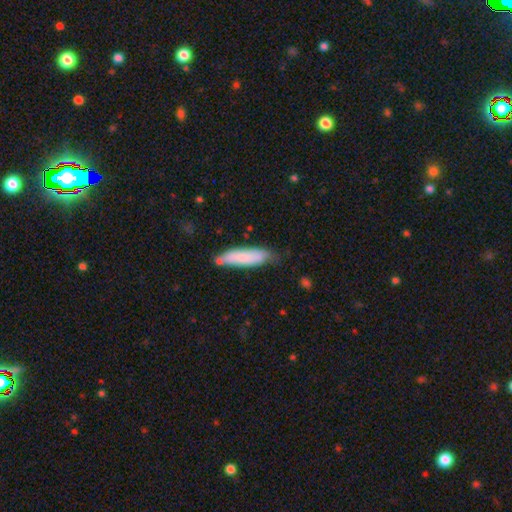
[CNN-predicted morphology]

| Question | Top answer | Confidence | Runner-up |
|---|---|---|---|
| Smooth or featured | smooth | 78% | featured or disk (17%) |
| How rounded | cigar-shaped | 62% | in between (36%) |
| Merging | none | 61% | minor disturbance (26%) |